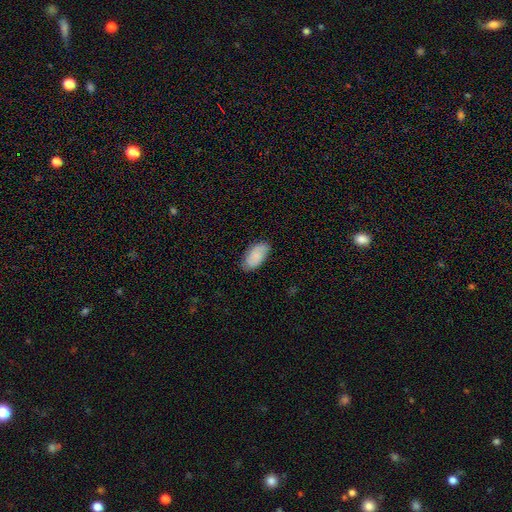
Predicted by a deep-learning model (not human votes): Overall: smooth (82%). How rounded: in between (95%). Merging: none (77%).